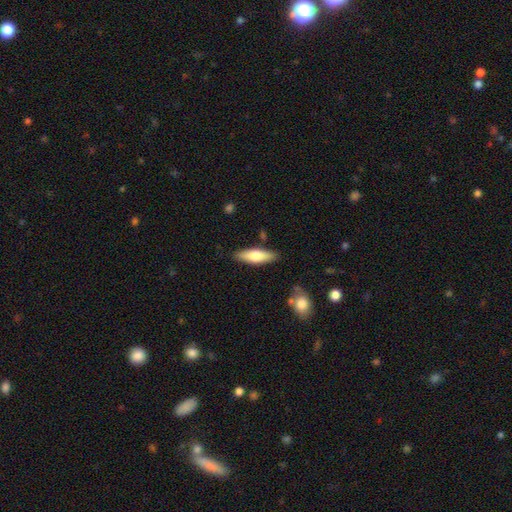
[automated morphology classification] Smooth or featured: smooth — 65% (featured or disk — 29%)
How rounded: cigar-shaped — 51% (in between — 47%)
Merging: none — 84% (minor disturbance — 11%)